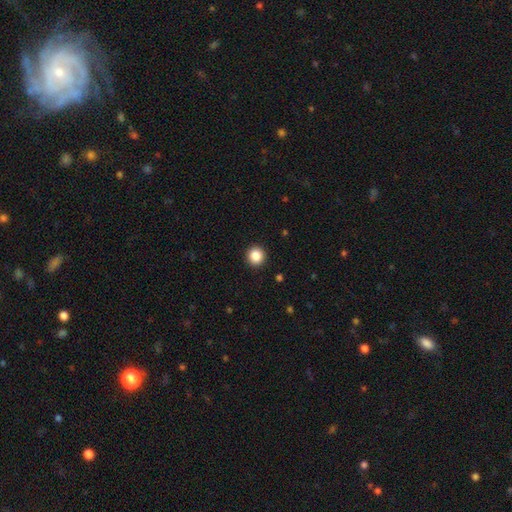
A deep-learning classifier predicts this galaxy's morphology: type=smooth (86%); roundness=round (94%); merging=none (93%).